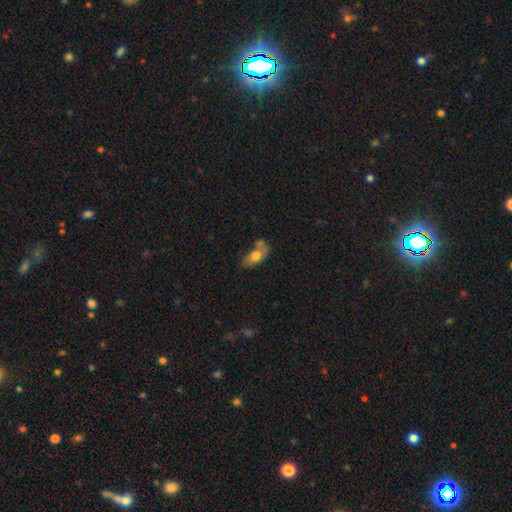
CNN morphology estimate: Q: Smooth or featured?
A: smooth (66%); runner-up: featured or disk (27%)
Q: How rounded?
A: in between (86%); runner-up: round (8%)
Q: Merging?
A: none (32%); runner-up: merger (30%)